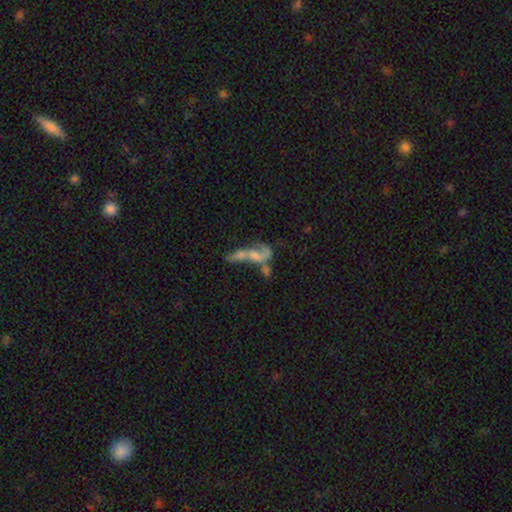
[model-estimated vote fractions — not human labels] A featured or disk galaxy (50%). Merging: merger (59%).